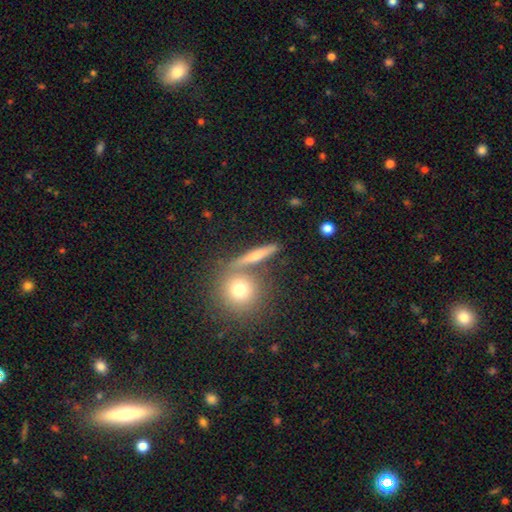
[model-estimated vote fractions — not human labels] The model was most divided on "how rounded": cigar-shaped: 52%, round: 30%, in between: 18%. More confident: merging — none (75%); smooth or featured — smooth (58%).